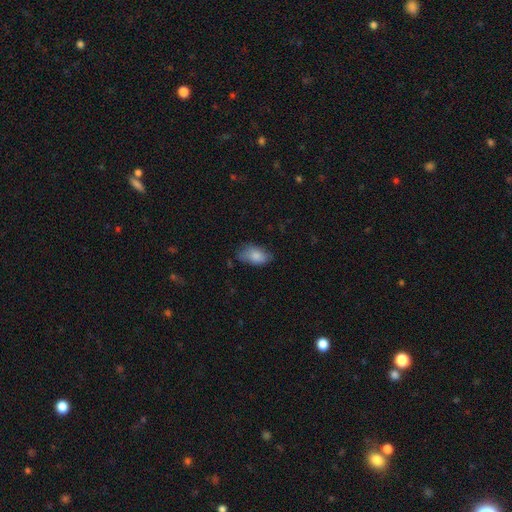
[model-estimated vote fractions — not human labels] Q: Smooth or featured?
A: smooth (82%); runner-up: featured or disk (11%)
Q: How rounded?
A: in between (92%); runner-up: round (5%)
Q: Merging?
A: none (61%); runner-up: minor disturbance (29%)